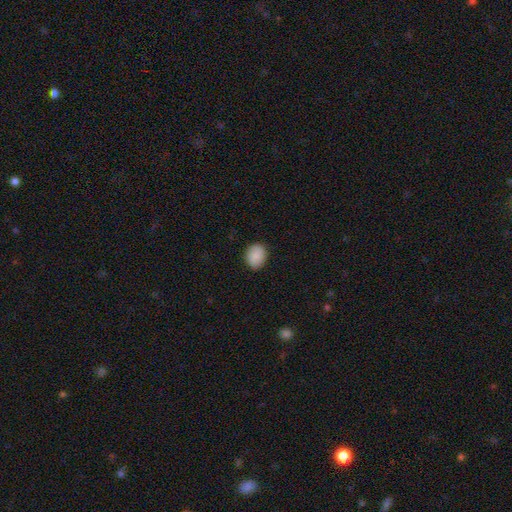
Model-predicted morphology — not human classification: A smooth galaxy with no disk features (88%) that is round (52%). Merging: none (88%).